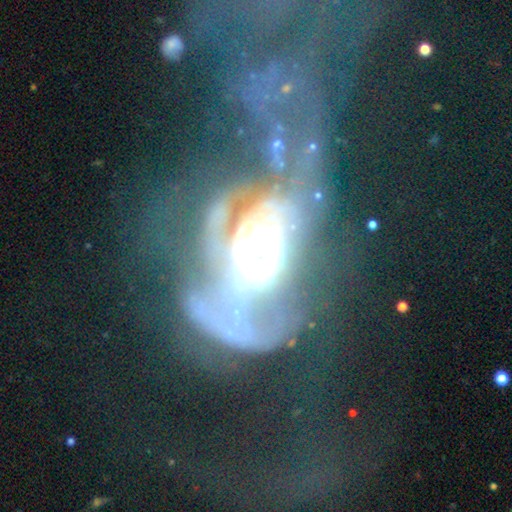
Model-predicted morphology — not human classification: smooth_or_featured: featured or disk (p=0.77) [alt: star or artifact p=0.13]
disk_edge_on: no (p=0.96) [alt: yes p=0.04]
bar: no (p=0.67) [alt: weak p=0.18]
has_spiral_arms: yes (p=0.66) [alt: no p=0.34]
bulge_size: large (p=0.42) [alt: moderate p=0.33]
merging: major disturbance (p=0.60) [alt: none p=0.15]